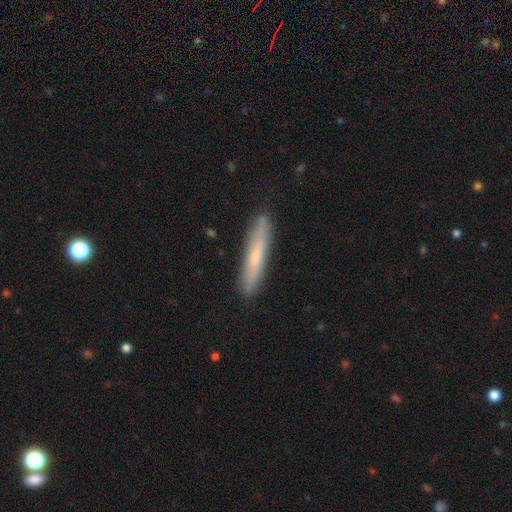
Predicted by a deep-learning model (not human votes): smooth 58%, featured or disk 35%, star or artifact 6%. Down the decision tree: how rounded — cigar-shaped (93%); merging — none (87%).